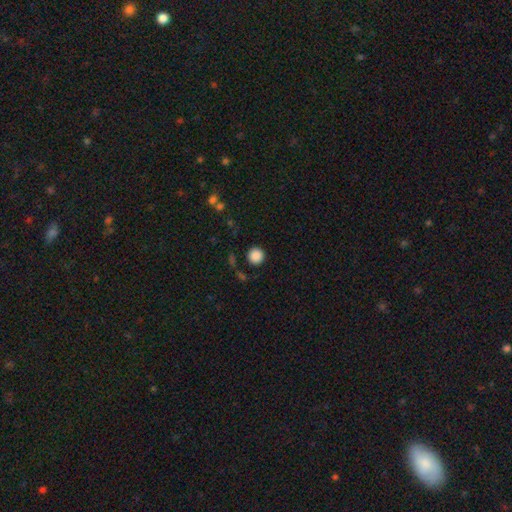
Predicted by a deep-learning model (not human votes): Smooth or featured: smooth — 88% (star or artifact — 9%)
How rounded: round — 95% (in between — 4%)
Merging: none — 89% (minor disturbance — 6%)